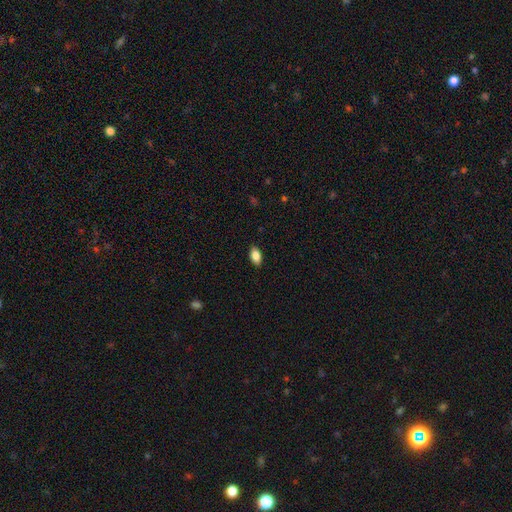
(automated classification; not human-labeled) Smooth or featured? Predicted: smooth (p=0.83). How rounded? Predicted: in between (p=0.91). Merging? Predicted: none (p=0.88).